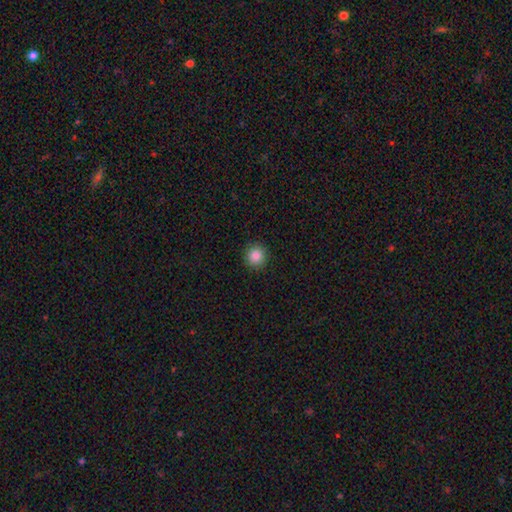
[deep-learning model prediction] smooth 86%, star or artifact 10%, featured or disk 4%. Down the decision tree: how rounded — round (93%); merging — none (92%).